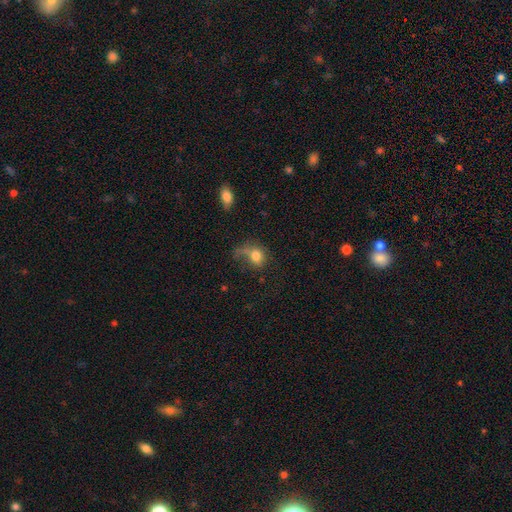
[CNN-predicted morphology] Smooth or featured? Predicted: smooth (p=0.77). How rounded? Predicted: round (p=0.54). Merging? Predicted: none (p=0.34).